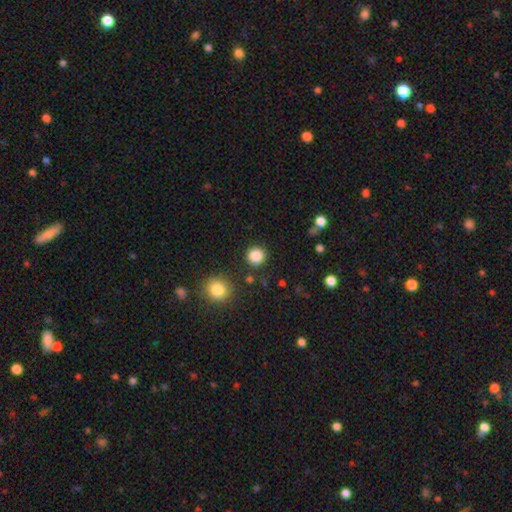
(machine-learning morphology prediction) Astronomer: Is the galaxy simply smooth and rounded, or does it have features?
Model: smooth — 86%.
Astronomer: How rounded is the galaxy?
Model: round — 92%.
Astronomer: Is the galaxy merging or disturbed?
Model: none — 88%.